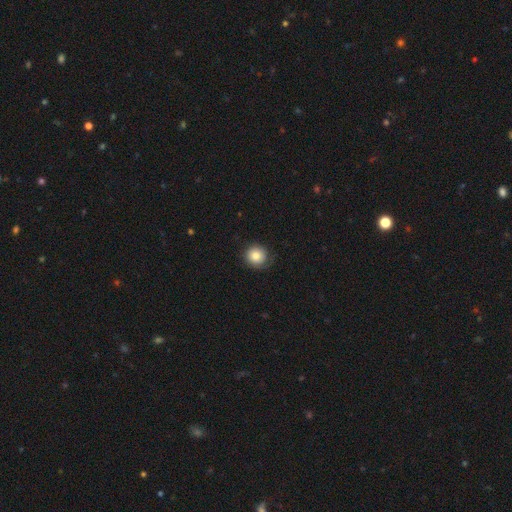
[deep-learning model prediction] Smooth or featured? Predicted: smooth (p=0.79). How rounded? Predicted: round (p=0.91). Merging? Predicted: none (p=0.74).